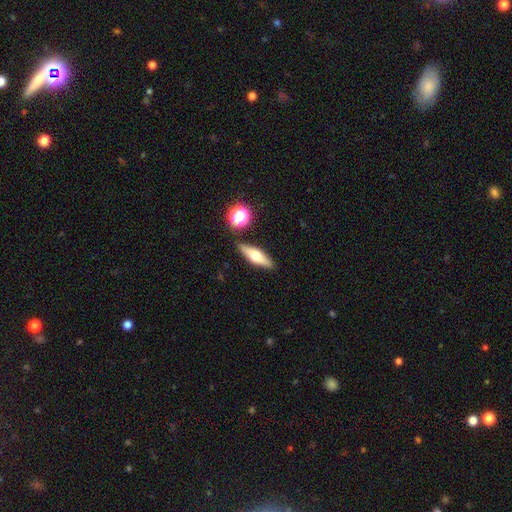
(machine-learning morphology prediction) Smooth or featured? smooth (49%)
Merging? none (85%)